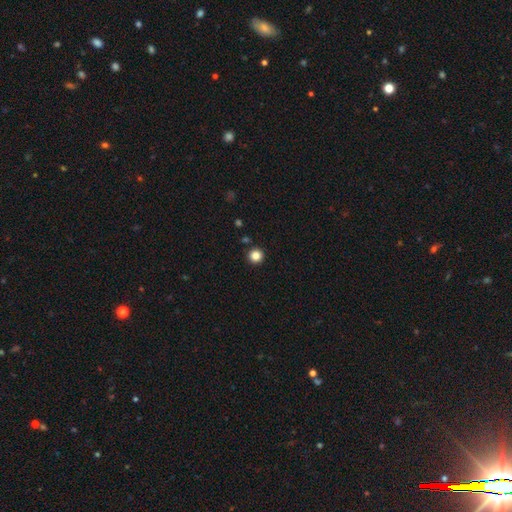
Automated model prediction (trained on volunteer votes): A smooth galaxy with no disk features (84%) that is round (96%). Merging: none (92%).